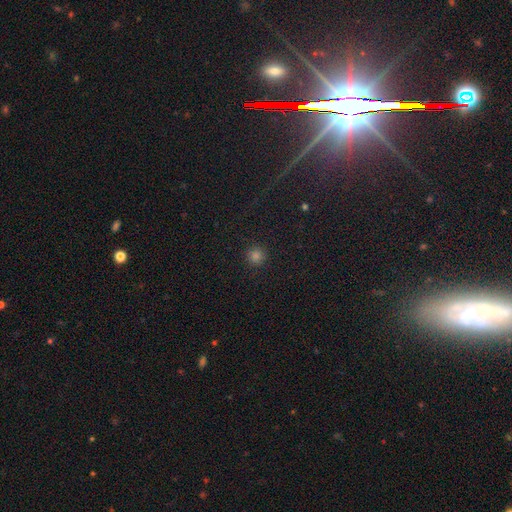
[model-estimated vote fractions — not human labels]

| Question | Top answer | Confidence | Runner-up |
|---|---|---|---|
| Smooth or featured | smooth | 78% | star or artifact (18%) |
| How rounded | round | 96% | in between (3%) |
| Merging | none | 93% | minor disturbance (4%) |